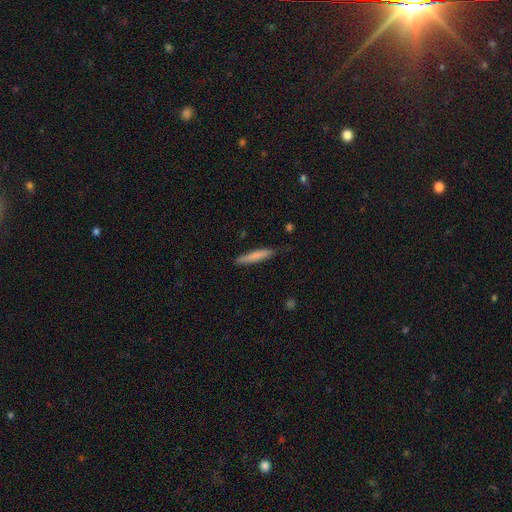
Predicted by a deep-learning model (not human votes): Smooth or featured? smooth (78%)
How rounded? cigar-shaped (91%)
Merging? none (83%)